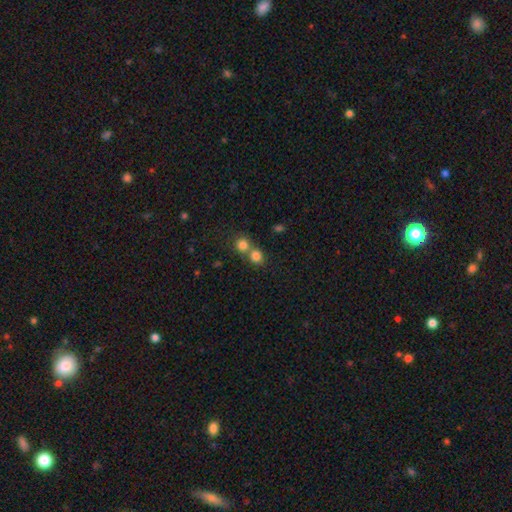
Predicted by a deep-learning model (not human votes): A smooth galaxy with no disk features (80%) that is round (85%). Merging: none (48%).